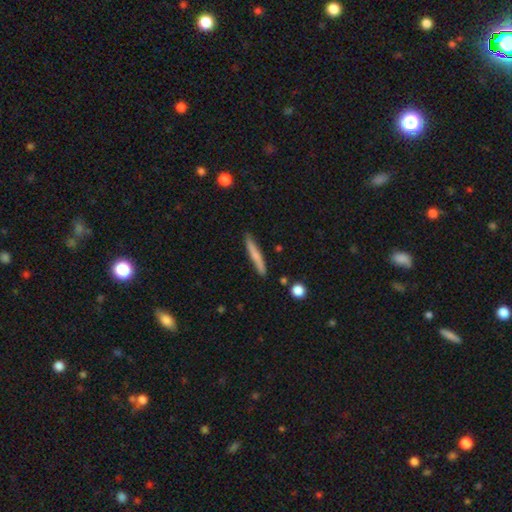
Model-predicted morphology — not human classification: Smooth or featured? Predicted: smooth (p=0.66). How rounded? Predicted: cigar-shaped (p=0.95). Merging? Predicted: none (p=0.86).